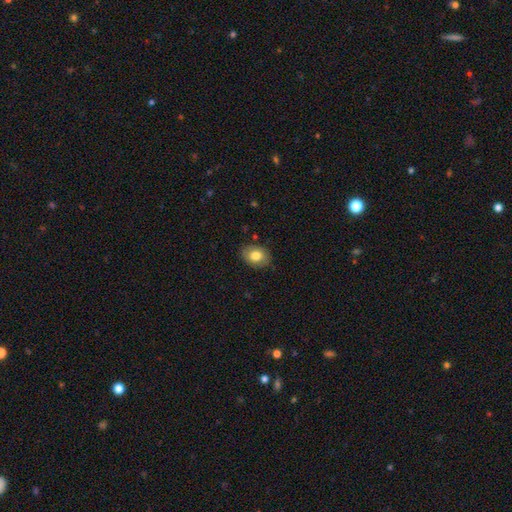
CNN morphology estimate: Smooth or featured?
  - smooth: 79% *
  - featured or disk: 13%
  - star or artifact: 8%
How rounded?
  - in between: 72% *
  - round: 27%
  - cigar-shaped: 1%
Merging?
  - none: 84% *
  - minor disturbance: 13%
  - major disturbance: 3%
  - merger: 1%